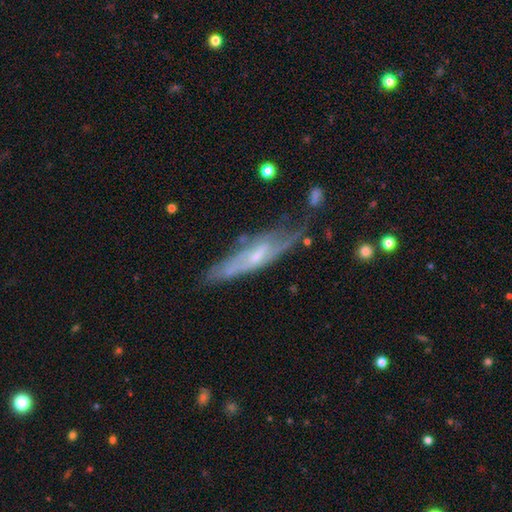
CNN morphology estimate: Smooth or featured? Predicted: featured or disk (p=0.68). Edge-on disk? Predicted: yes (p=0.52). Merging? Predicted: none (p=0.49).